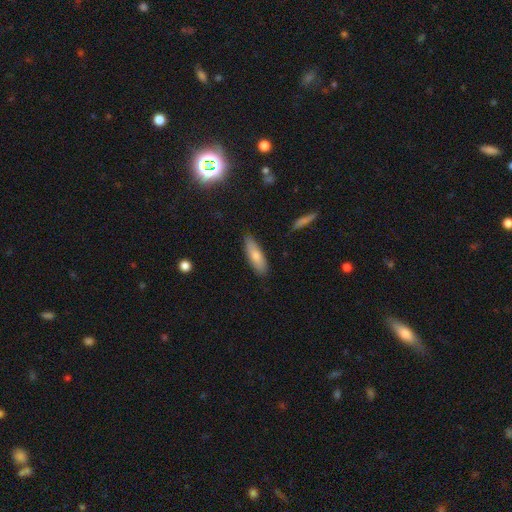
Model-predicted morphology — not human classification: A smooth galaxy with no disk features (76%) that is in between round and cigar-shaped (49%, tied with cigar-shaped).

Vote fractions:
- Smooth or featured? smooth: 76% / featured or disk: 18% / star or artifact: 6%
- How rounded? in between: 49% (tied) / cigar-shaped: 49% (tied) / round: 2%
- Merging? none: 83% / minor disturbance: 13% / major disturbance: 2% / merger: 2%